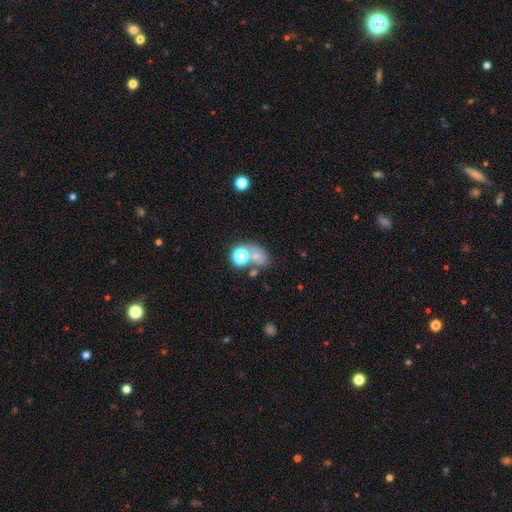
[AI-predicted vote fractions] Overall: smooth (57%; star or artifact 24%). How rounded: round (52%; in between 47%). Merging: none (40%; merger 38%).